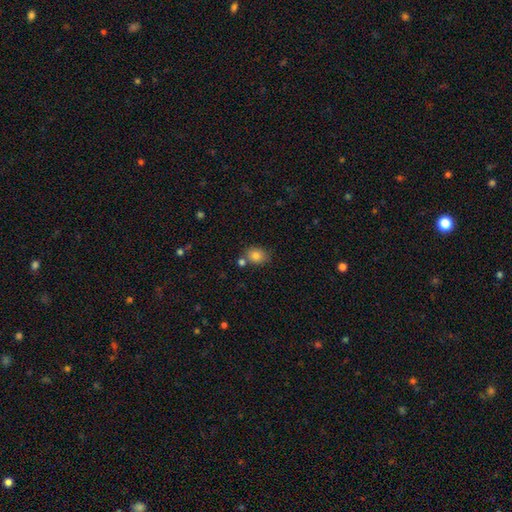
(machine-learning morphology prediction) This appears to be a smooth galaxy with no disk features (82%) that is round (50%). Merging: none (68%).